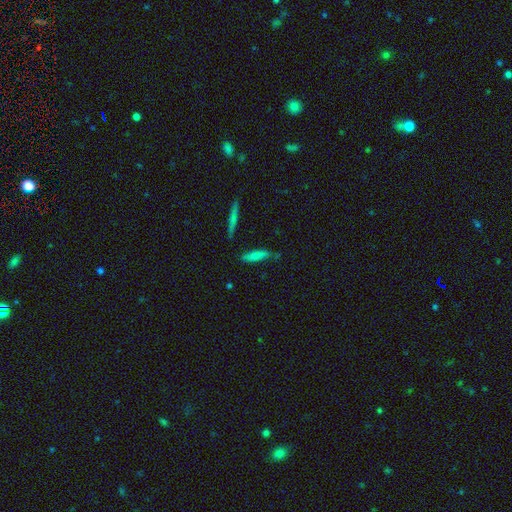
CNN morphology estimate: This appears to be a smooth galaxy with no disk features (73%) that is cigar-shaped (73%). Merging: none (70%).